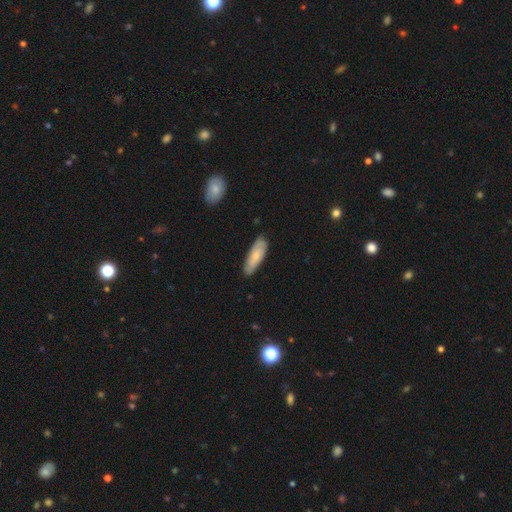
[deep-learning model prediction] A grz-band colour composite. It shows a smooth galaxy with no disk features (71%) that is in between round and cigar-shaped (55%). Merging: none (79%).